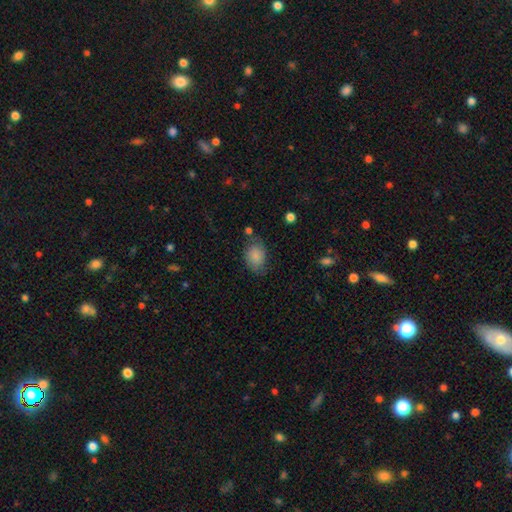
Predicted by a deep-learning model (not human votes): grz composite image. It shows a smooth galaxy with no disk features (84%) that is in between round and cigar-shaped (70%). Merging: none (64%).